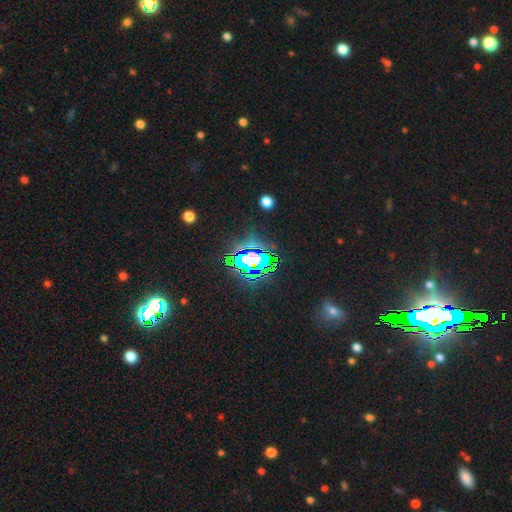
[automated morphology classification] This is likely a star or artifact rather than a galaxy (71%).